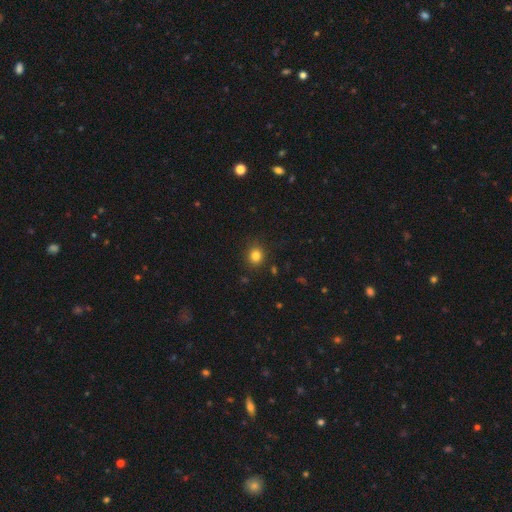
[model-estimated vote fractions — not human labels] Q: Smooth or featured?
A: smooth (82%); runner-up: star or artifact (13%)
Q: How rounded?
A: round (80%); runner-up: in between (19%)
Q: Merging?
A: none (88%); runner-up: minor disturbance (8%)